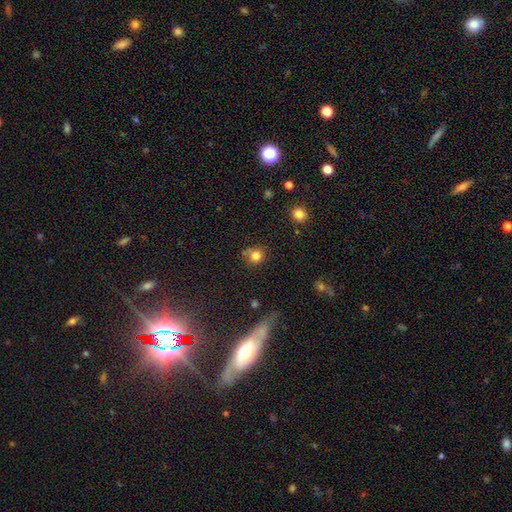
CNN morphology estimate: A smooth galaxy with no disk features (80%) that is round (84%). Merging: none (65%).